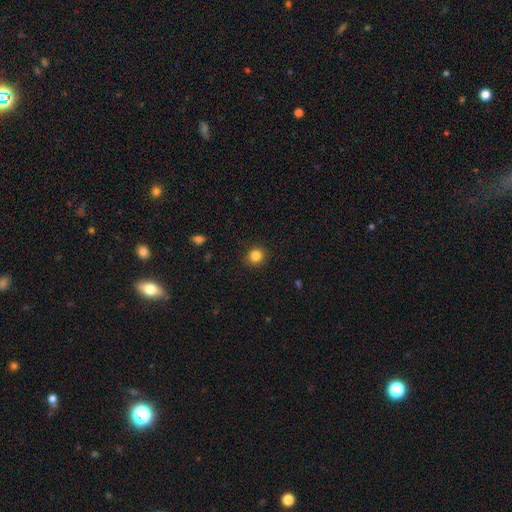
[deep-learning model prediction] Overall: smooth (84%). How rounded: round (89%). Merging: none (91%).